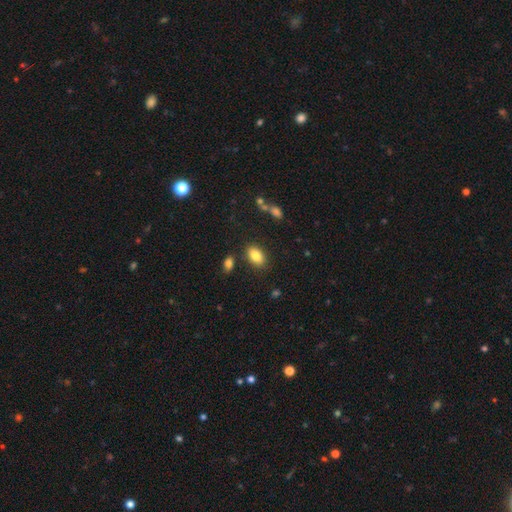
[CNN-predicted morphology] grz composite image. It shows a smooth galaxy with no disk features (84%) that is in between round and cigar-shaped (91%). Merging: none (82%).